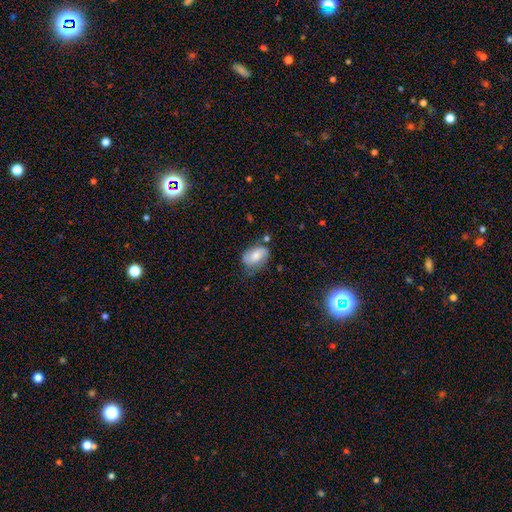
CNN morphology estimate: This is likely a smooth galaxy (61%). How rounded: clearly in between (87%). Merging: possibly none (55%).